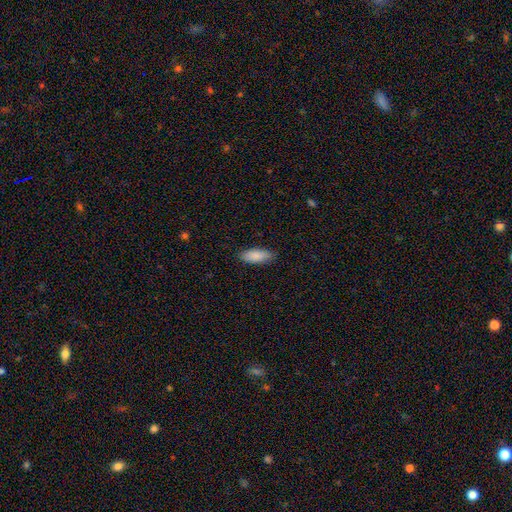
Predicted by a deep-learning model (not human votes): smooth_or_featured: smooth (p=0.88) [alt: featured or disk p=0.06]
how_rounded: in between (p=0.78) [alt: cigar-shaped p=0.20]
merging: none (p=0.87) [alt: minor disturbance p=0.10]